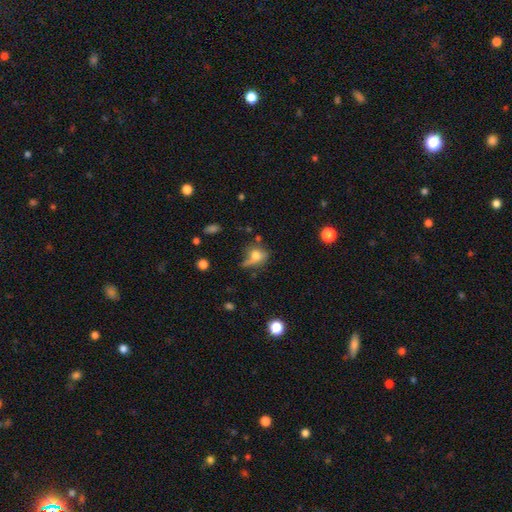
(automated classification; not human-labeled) This appears to be a smooth galaxy with no disk features (64%) that is round (49%). Merging: none (39%).